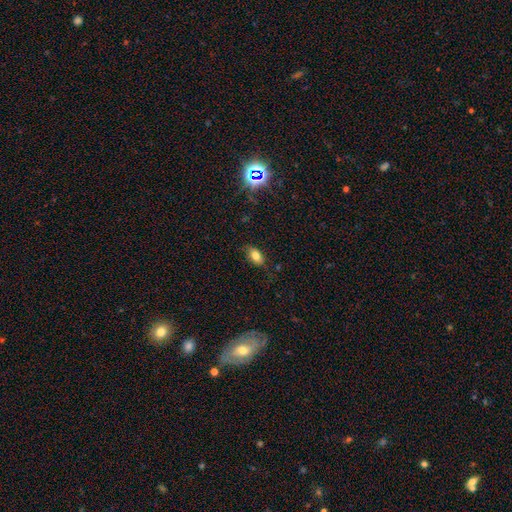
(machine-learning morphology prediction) smooth-or-featured: smooth: 78% | star or artifact: 12% | featured or disk: 10%
  how-rounded: in between: 89% | round: 8% | cigar-shaped: 4%
  merging: none: 79% | minor disturbance: 16% | major disturbance: 4% | merger: 1%